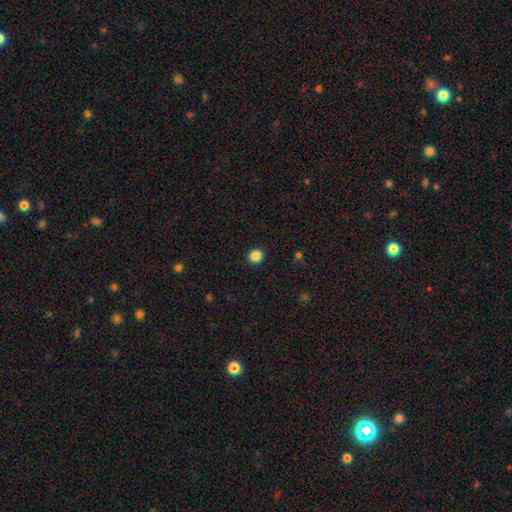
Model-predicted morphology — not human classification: Overall: smooth (86%). How rounded: round (93%). Merging: none (93%).